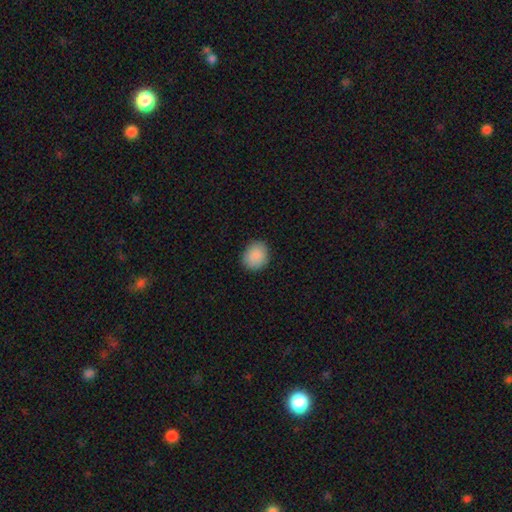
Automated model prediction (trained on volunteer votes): Smooth or featured?
  - smooth: 89% *
  - star or artifact: 7%
  - featured or disk: 4%
How rounded?
  - round: 66% *
  - in between: 33%
  - cigar-shaped: 1%
Merging?
  - none: 87% *
  - minor disturbance: 10%
  - major disturbance: 2%
  - merger: 1%